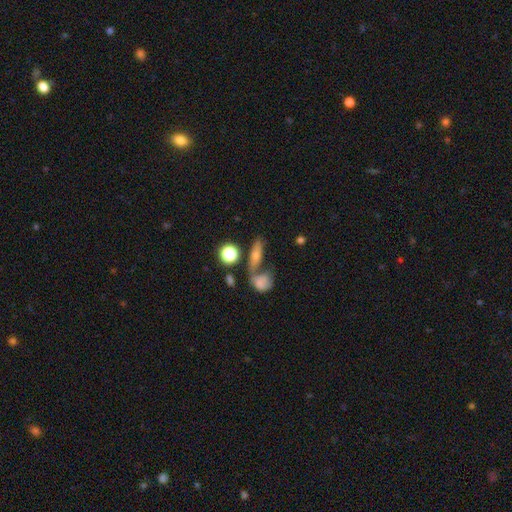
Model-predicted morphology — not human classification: type=smooth (51%); roundness=in between (46%); merging=none (54%).